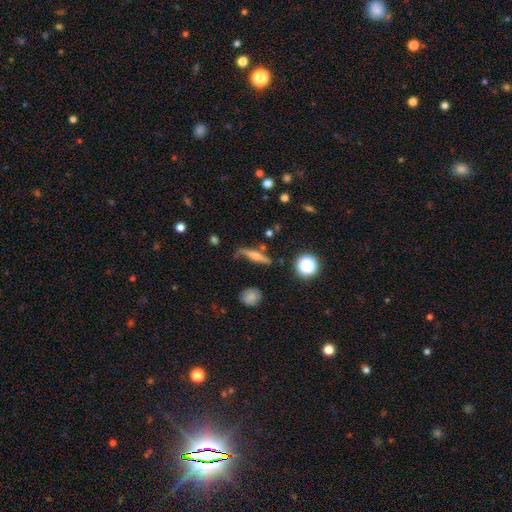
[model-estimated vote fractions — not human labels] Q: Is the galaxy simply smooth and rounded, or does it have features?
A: smooth — 46%.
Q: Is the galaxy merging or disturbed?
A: none — 67%.